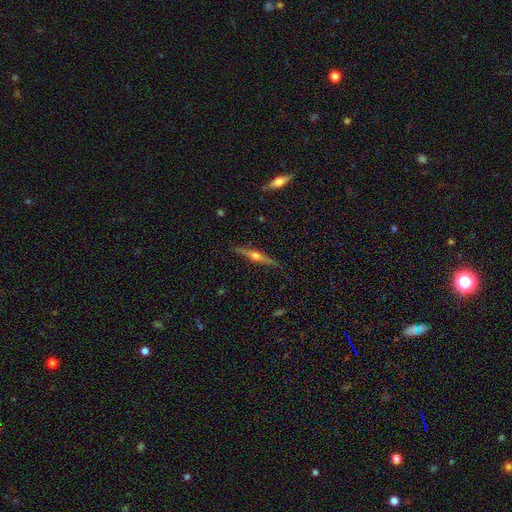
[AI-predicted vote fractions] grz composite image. It shows a featured or disk galaxy (74%) viewed edge-on (98%) with a rounded central bulge (90%). Merging: none (88%).